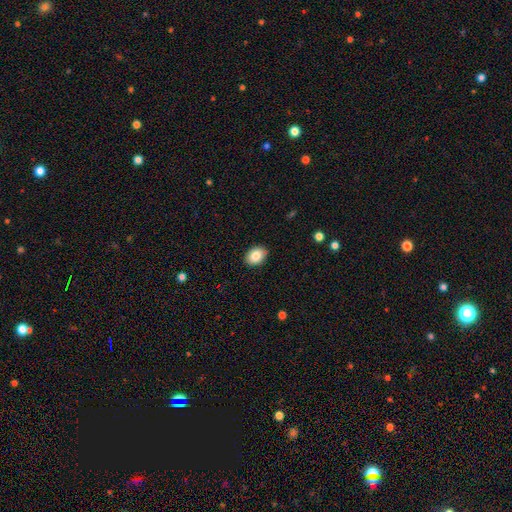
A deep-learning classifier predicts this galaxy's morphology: Q: Smooth or featured?
A: smooth (85%); runner-up: featured or disk (8%)
Q: How rounded?
A: in between (76%); runner-up: round (23%)
Q: Merging?
A: none (89%); runner-up: minor disturbance (8%)